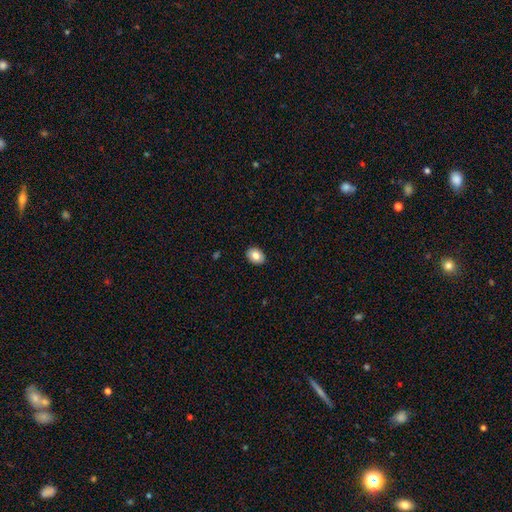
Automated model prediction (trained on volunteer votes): Smooth or featured: smooth — 81% (featured or disk — 11%)
How rounded: in between — 71% (round — 28%)
Merging: none — 90% (minor disturbance — 7%)